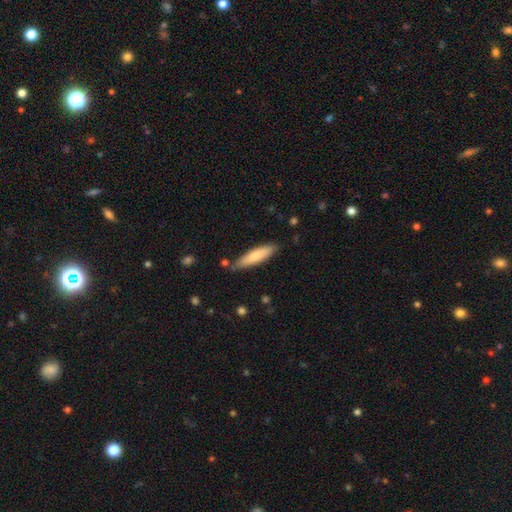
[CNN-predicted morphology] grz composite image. It shows a smooth galaxy with no disk features (76%) that is cigar-shaped (76%). Merging: none (80%).